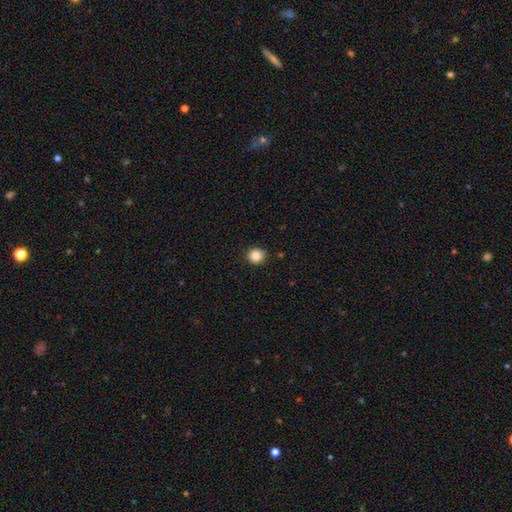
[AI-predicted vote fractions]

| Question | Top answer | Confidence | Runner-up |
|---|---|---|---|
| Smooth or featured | smooth | 87% | star or artifact (10%) |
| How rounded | round | 91% | in between (8%) |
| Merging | none | 85% | minor disturbance (11%) |